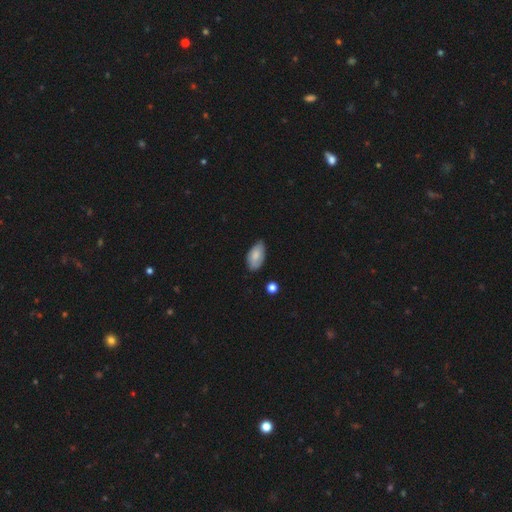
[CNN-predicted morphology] A smooth galaxy with no disk features (76%) that is in between round and cigar-shaped (94%). Merging: none (68%).